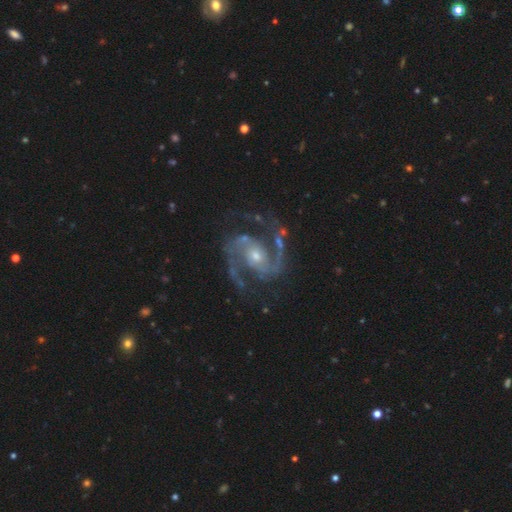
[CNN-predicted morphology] A featured or disk galaxy (93%) with no bar (53%), 2 (93%) medium (66%) spiral arms (99%) and a small central bulge (51%). Merging: none (76%).